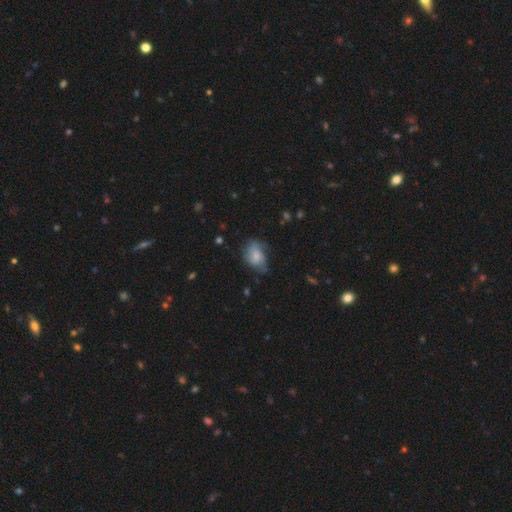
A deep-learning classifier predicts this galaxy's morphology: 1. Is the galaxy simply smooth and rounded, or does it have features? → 55% smooth, 37% featured or disk, 8% star or artifact.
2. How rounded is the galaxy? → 75% in between, 23% round, 2% cigar-shaped.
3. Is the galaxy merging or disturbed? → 47% none, 34% minor disturbance, 17% major disturbance, 2% merger.